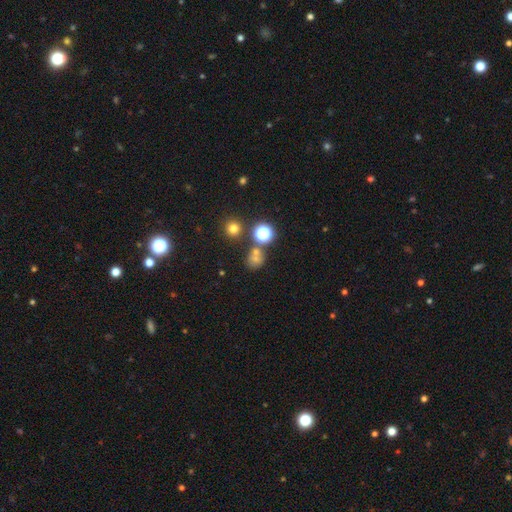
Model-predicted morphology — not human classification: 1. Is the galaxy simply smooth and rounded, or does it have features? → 59% smooth, 29% star or artifact, 12% featured or disk.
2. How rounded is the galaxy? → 79% round, 20% in between, 1% cigar-shaped.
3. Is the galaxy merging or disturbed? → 59% none, 23% merger, 12% minor disturbance, 6% major disturbance.